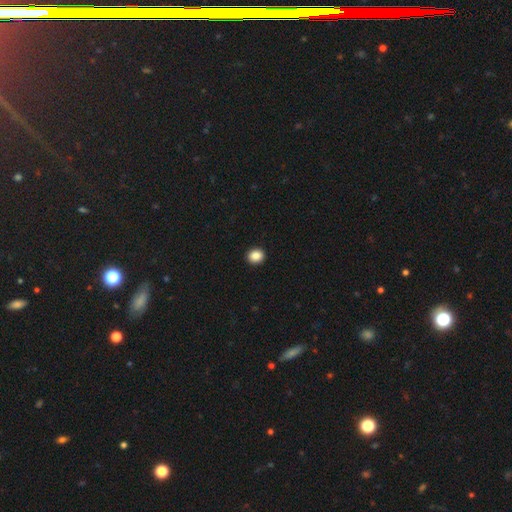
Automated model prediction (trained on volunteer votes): A smooth galaxy with no disk features (86%) that is round (80%). Merging: none (93%).